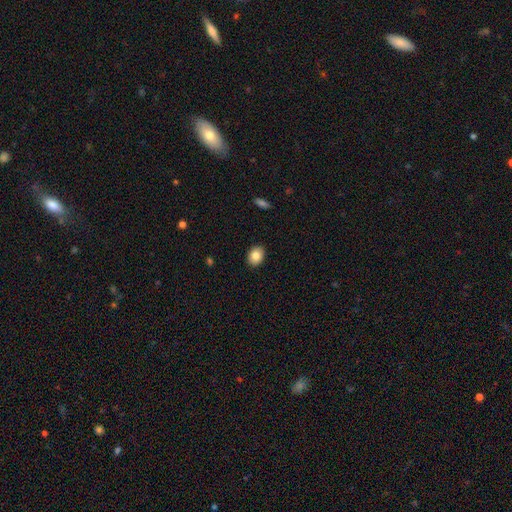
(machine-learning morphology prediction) A smooth galaxy with no disk features (85%) that is in between round and cigar-shaped (64%). Merging: none (90%).